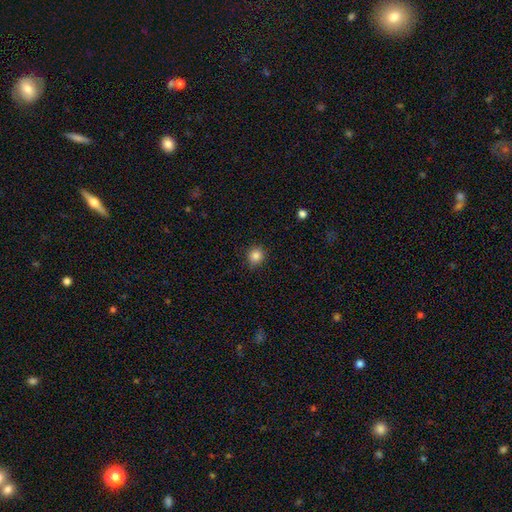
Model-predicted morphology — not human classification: Smooth or featured? Predicted: smooth (p=0.85). How rounded? Predicted: round (p=0.88). Merging? Predicted: none (p=0.88).